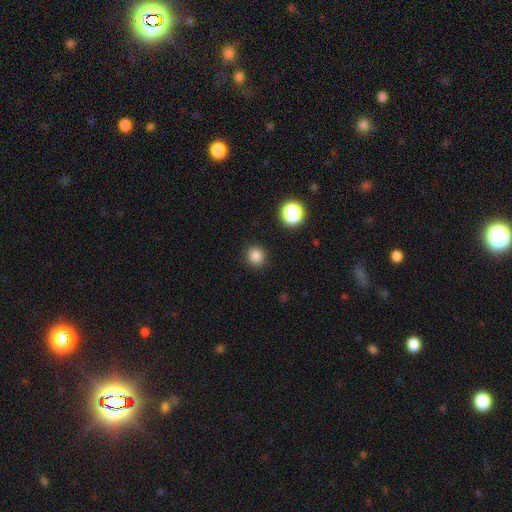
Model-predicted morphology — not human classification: A smooth galaxy with no disk features (83%) that is round (90%). Merging: none (91%).